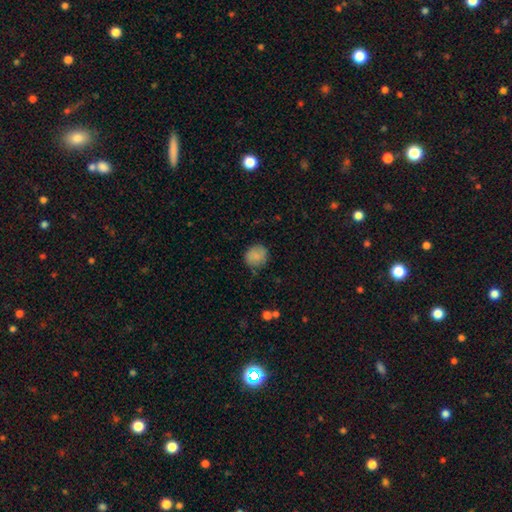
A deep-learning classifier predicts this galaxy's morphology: Smooth or featured?
  - smooth: 85% *
  - star or artifact: 8%
  - featured or disk: 7%
How rounded?
  - round: 78% *
  - in between: 21%
  - cigar-shaped: 1%
Merging?
  - none: 81% *
  - minor disturbance: 14%
  - major disturbance: 3%
  - merger: 1%